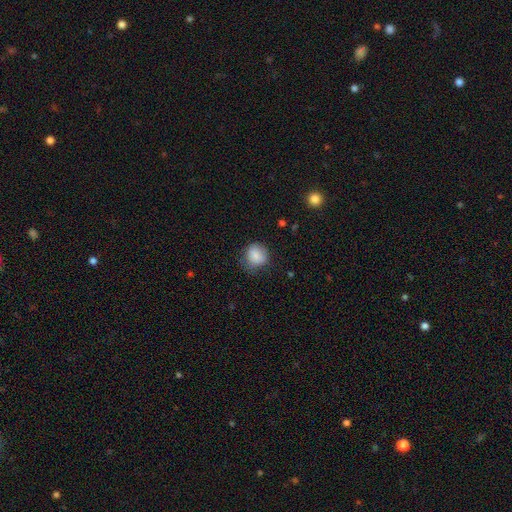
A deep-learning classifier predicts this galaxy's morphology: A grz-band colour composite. It shows a smooth galaxy with no disk features (84%) that is round (76%). Merging: none (67%).